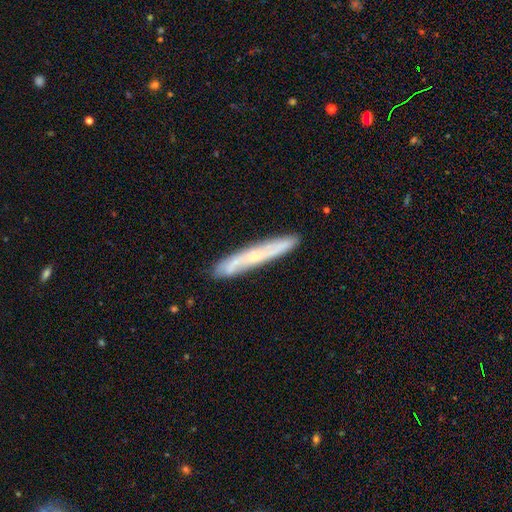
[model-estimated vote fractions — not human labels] Smooth or featured?
  - featured or disk: 62% *
  - smooth: 32%
  - star or artifact: 7%
Edge-on disk?
  - yes: 71% *
  - no: 29%
Merging?
  - none: 87% *
  - minor disturbance: 10%
  - major disturbance: 2%
  - merger: 2%